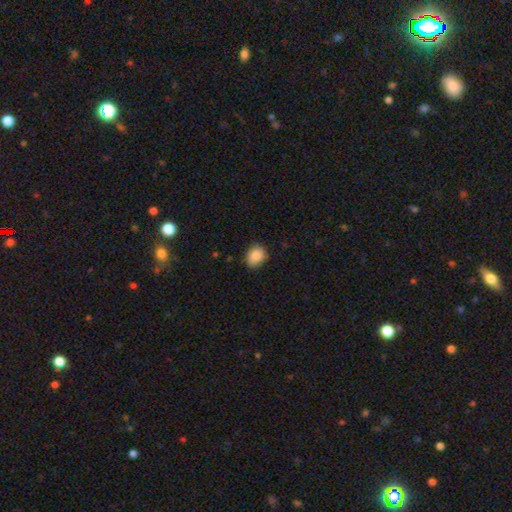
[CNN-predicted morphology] The model was most divided on "how rounded": round: 55%, in between: 44%, cigar-shaped: 1%. More confident: smooth or featured — smooth (87%); merging — none (80%).